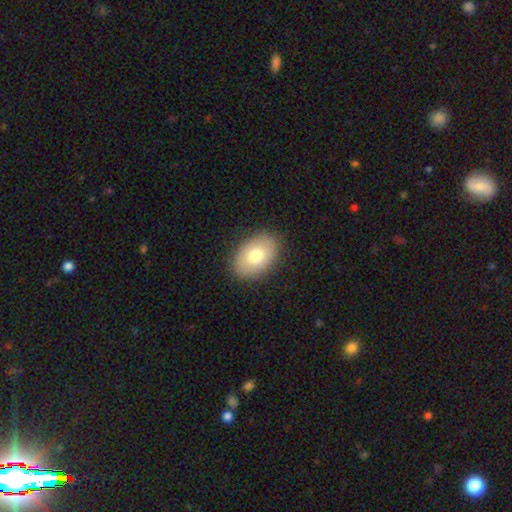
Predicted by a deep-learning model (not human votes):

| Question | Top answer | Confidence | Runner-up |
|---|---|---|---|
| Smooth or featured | smooth | 76% | featured or disk (17%) |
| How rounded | in between | 87% | round (12%) |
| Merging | none | 87% | minor disturbance (10%) |